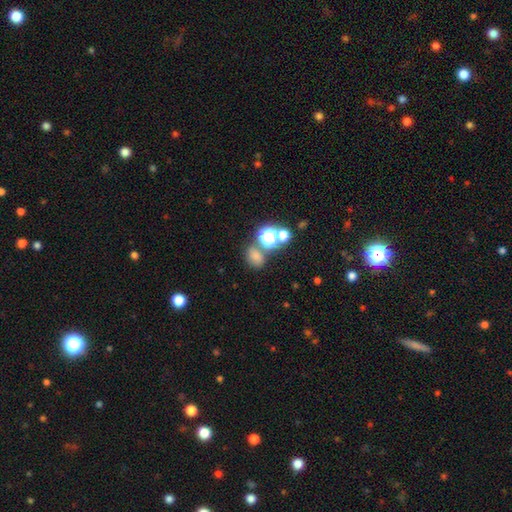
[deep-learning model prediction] smooth 68%, star or artifact 24%, featured or disk 8%. Down the decision tree: how rounded — in between (55%); merging — none (58%).